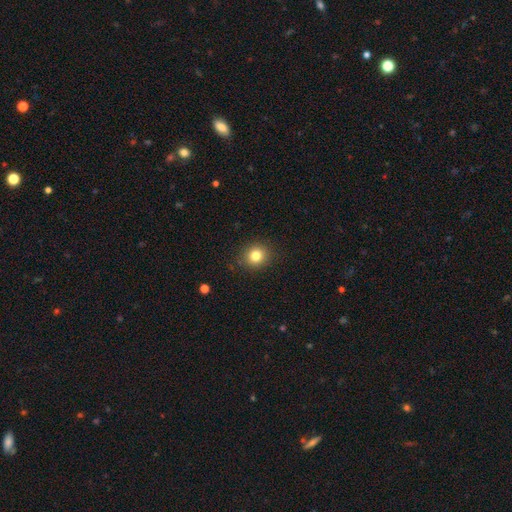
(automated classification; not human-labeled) The model was most divided on "smooth or featured": smooth: 82%, star or artifact: 12%, featured or disk: 7%. More confident: merging — none (88%); how rounded — round (85%).